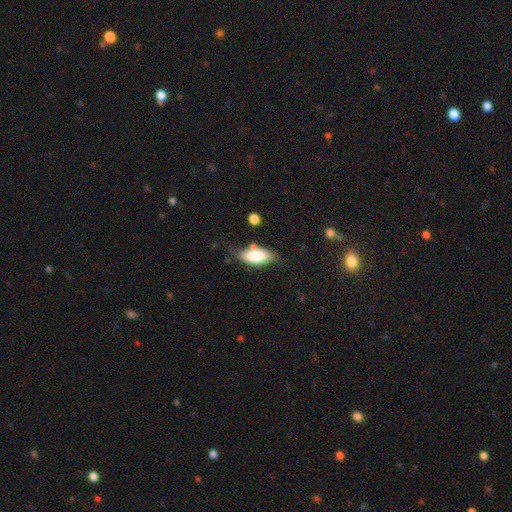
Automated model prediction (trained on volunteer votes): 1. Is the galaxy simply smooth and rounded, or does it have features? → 80% smooth, 14% featured or disk, 7% star or artifact.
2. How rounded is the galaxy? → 88% in between, 9% cigar-shaped, 3% round.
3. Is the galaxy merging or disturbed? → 53% none, 28% minor disturbance, 10% major disturbance, 9% merger.